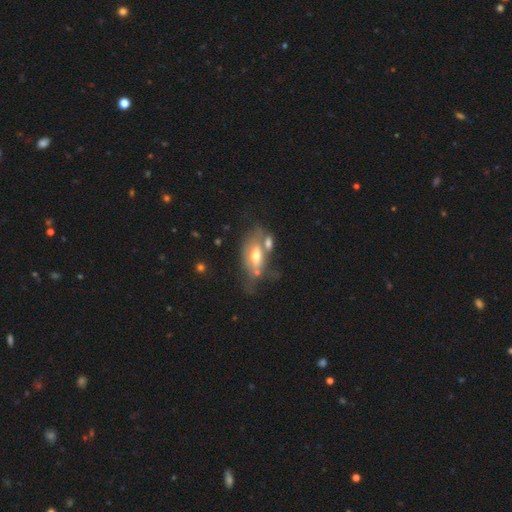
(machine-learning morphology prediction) smooth-or-featured: featured or disk: 52% | smooth: 41% | star or artifact: 8%
  disk-edge-on: no: 78% | yes: 22%
  merging: merger: 34% | none: 30% | minor disturbance: 20% | major disturbance: 16%